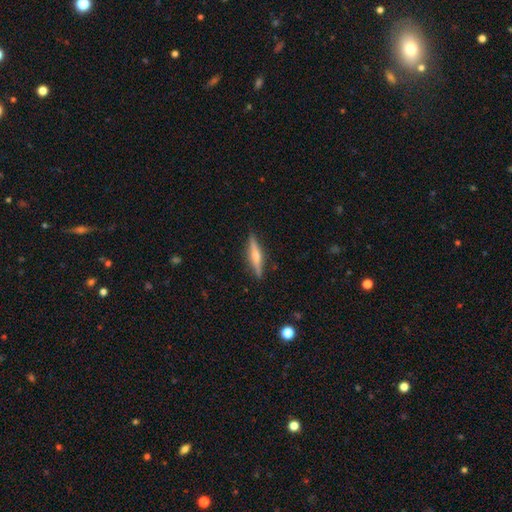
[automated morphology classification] A featured or disk galaxy (60%) viewed edge-on (96%) with a rounded central bulge (85%).

Vote fractions:
- Smooth or featured? featured or disk: 60% / smooth: 34% / star or artifact: 6%
- Edge-on disk? yes: 96% / no: 4%
- Edge-on bulge? rounded: 85% / none: 8% / boxy: 7%
- Merging? none: 89% / minor disturbance: 8% / major disturbance: 2% / merger: 1%